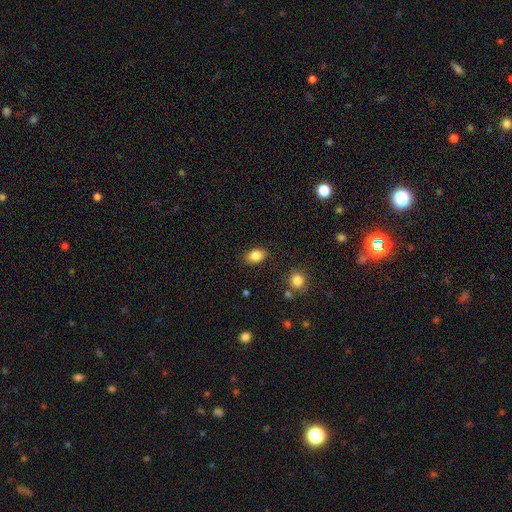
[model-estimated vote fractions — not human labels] A smooth galaxy with no disk features (85%) that is in between round and cigar-shaped (82%).

Vote fractions:
- Smooth or featured? smooth: 85% / star or artifact: 9% / featured or disk: 6%
- How rounded? in between: 82% / round: 17% / cigar-shaped: 1%
- Merging? none: 85% / minor disturbance: 10% / major disturbance: 3% / merger: 2%